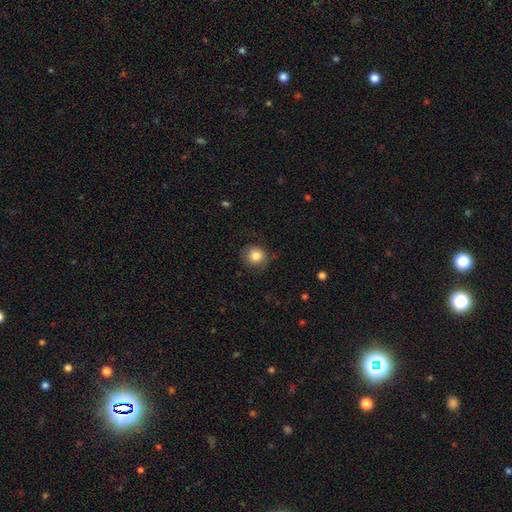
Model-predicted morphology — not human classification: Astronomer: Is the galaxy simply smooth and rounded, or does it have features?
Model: smooth — 82%.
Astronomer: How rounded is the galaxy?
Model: round — 86%.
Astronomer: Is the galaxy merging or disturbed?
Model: none — 79%.